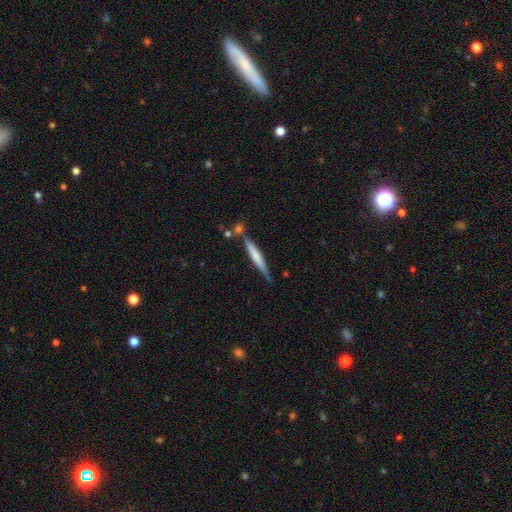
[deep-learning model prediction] Morphology: type=smooth (54%); roundness=cigar-shaped (95%); merging=none (74%).